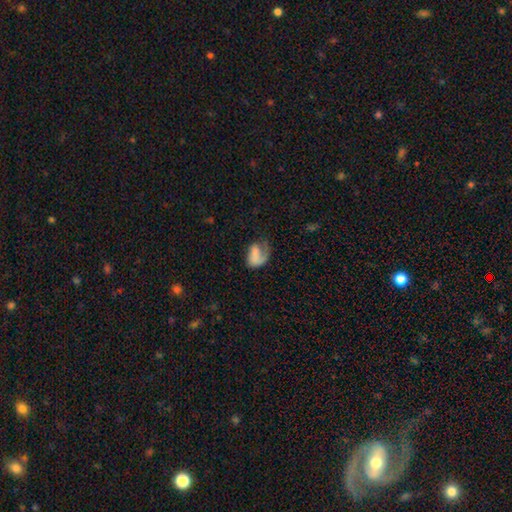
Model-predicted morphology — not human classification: smooth 54%, featured or disk 38%, star or artifact 9%. Down the decision tree: how rounded — in between (77%); merging — major disturbance (44%).